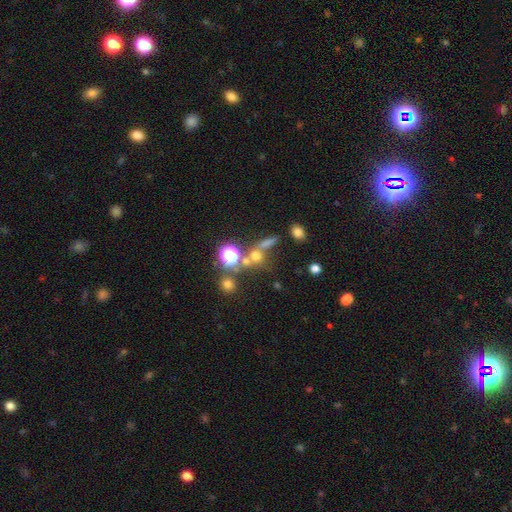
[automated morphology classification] smooth-or-featured: smooth: 56% | star or artifact: 30% | featured or disk: 14%
  how-rounded: round: 79% | in between: 16% | cigar-shaped: 5%
  merging: none: 51% | merger: 31% | minor disturbance: 10% | major disturbance: 7%